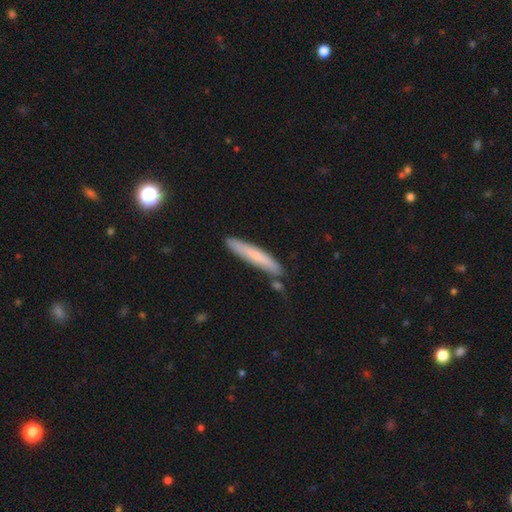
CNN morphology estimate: This appears to be a smooth galaxy with no disk features (66%) that is cigar-shaped (93%). Merging: none (80%).